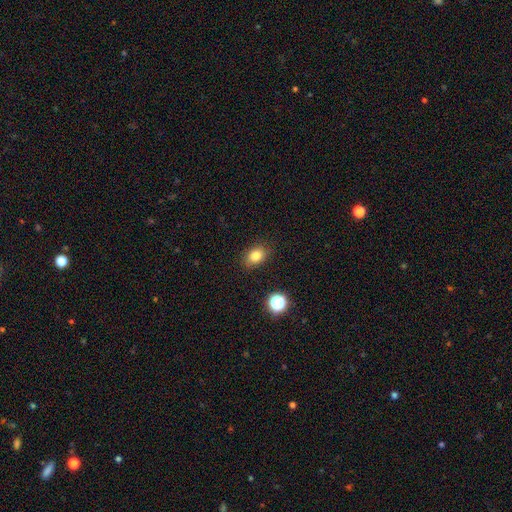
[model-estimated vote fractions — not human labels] A smooth galaxy with no disk features (81%) that is in between round and cigar-shaped (71%).

Vote fractions:
- Smooth or featured? smooth: 81% / star or artifact: 12% / featured or disk: 7%
- How rounded? in between: 71% / round: 27% / cigar-shaped: 1%
- Merging? none: 86% / minor disturbance: 10% / major disturbance: 3% / merger: 1%